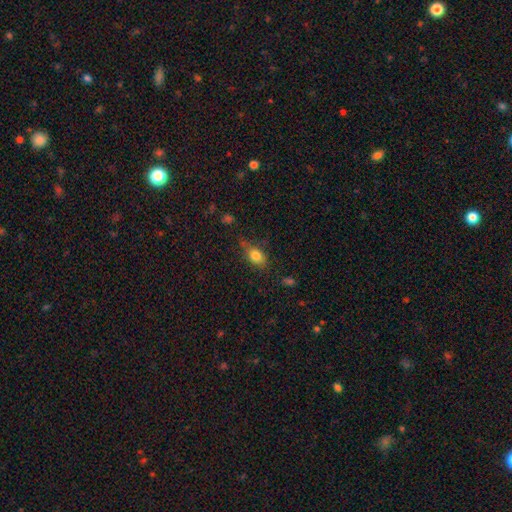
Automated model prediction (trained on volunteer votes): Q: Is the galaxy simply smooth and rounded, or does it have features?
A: smooth — 79%.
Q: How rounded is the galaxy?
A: in between — 75%.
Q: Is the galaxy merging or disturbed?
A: none — 66%.